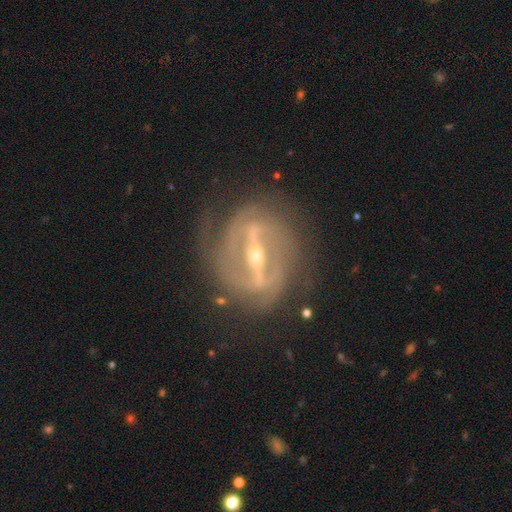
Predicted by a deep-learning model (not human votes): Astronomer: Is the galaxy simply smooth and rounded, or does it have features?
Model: featured or disk — 90%.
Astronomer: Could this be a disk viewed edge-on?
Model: no — 90%.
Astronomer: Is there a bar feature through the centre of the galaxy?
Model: strong — 81%.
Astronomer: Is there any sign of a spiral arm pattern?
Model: yes — 89%.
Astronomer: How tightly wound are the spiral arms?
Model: tight — 54% (runner-up: medium, 34%).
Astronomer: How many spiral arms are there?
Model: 2 — 46% (runner-up: can't tell, 24%).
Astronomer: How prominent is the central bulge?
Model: small — 60% (runner-up: moderate, 36%).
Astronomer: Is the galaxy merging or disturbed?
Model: none — 74%.